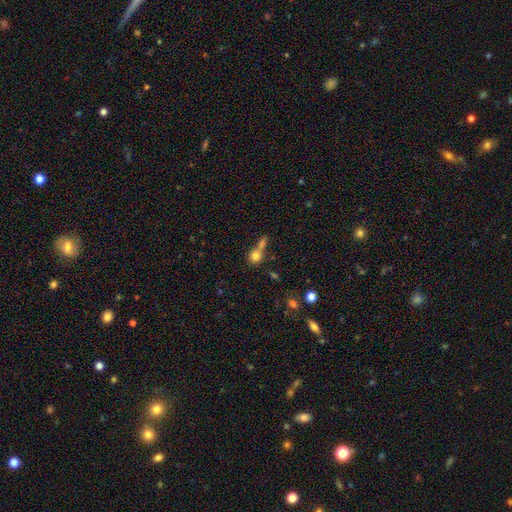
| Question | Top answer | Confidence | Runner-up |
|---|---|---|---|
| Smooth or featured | smooth | 78% | featured or disk (18%) |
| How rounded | round | 81% | in between (16%) |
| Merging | merger | 53% | none (21%) |